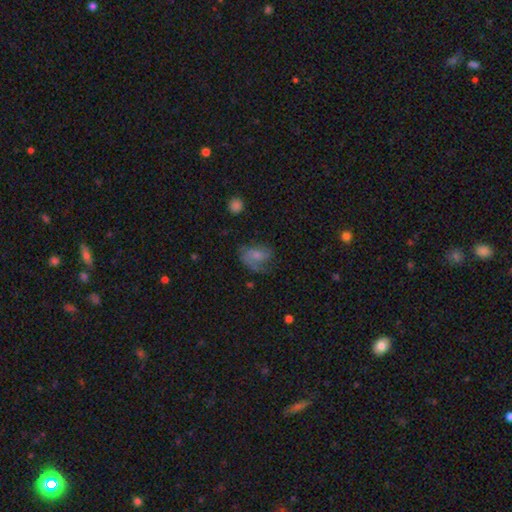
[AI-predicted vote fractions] Smooth or featured?
  - smooth: 47% *
  - featured or disk: 43%
  - star or artifact: 10%
Merging?
  - none: 40% *
  - major disturbance: 30%
  - minor disturbance: 27%
  - merger: 3%